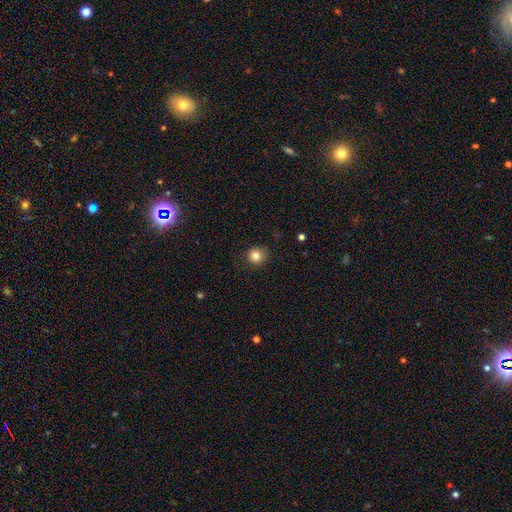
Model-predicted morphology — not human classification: smooth-or-featured: smooth: 81% | star or artifact: 12% | featured or disk: 7%
  how-rounded: round: 89% | in between: 10% | cigar-shaped: 1%
  merging: none: 85% | minor disturbance: 11% | major disturbance: 3% | merger: 1%